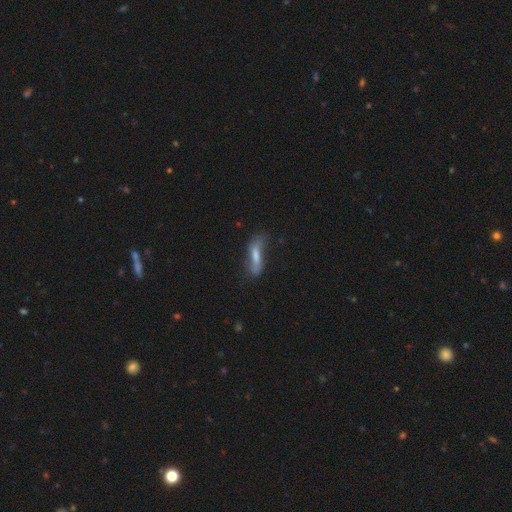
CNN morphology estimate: smooth_or_featured: smooth (p=0.62) [alt: featured or disk p=0.30]
how_rounded: cigar-shaped (p=0.60) [alt: in between p=0.37]
merging: none (p=0.45) [alt: minor disturbance p=0.30]